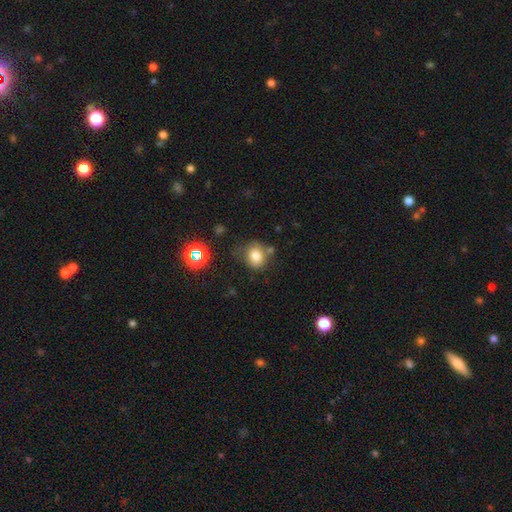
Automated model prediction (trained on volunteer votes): Smooth or featured? smooth (77%)
How rounded? round (70%)
Merging? none (65%)